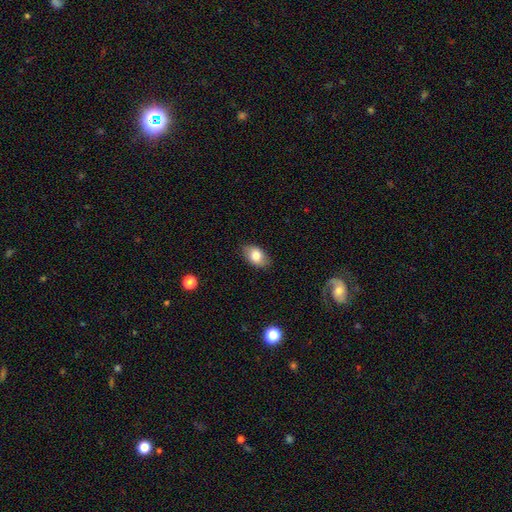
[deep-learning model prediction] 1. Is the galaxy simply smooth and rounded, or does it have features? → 79% smooth, 13% featured or disk, 8% star or artifact.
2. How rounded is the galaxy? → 88% in between, 10% round, 2% cigar-shaped.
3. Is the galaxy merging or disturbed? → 84% none, 12% minor disturbance, 3% major disturbance, 1% merger.